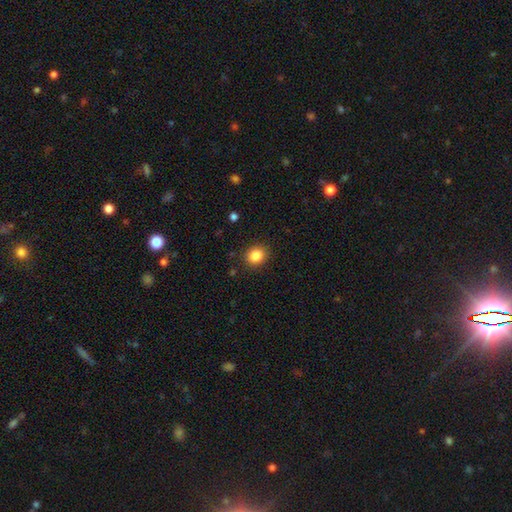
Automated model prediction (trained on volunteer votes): Morphology: type=smooth (86%); roundness=round (71%); merging=none (89%).